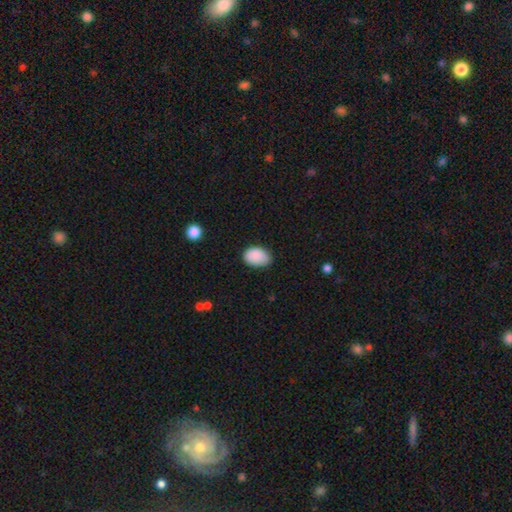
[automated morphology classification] A smooth galaxy with no disk features (89%) that is in between round and cigar-shaped (88%). Merging: none (77%).